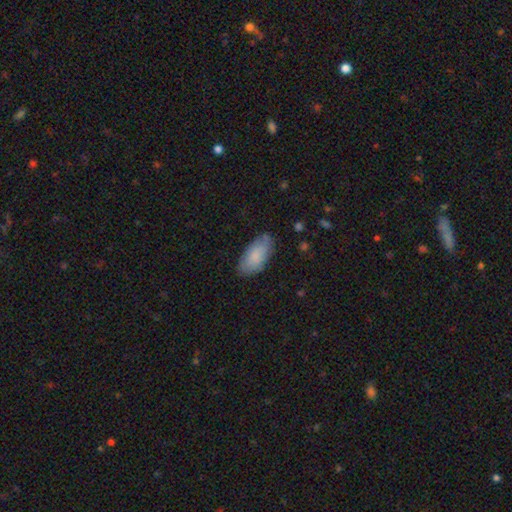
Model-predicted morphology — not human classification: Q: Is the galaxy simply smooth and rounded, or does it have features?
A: smooth — 82%.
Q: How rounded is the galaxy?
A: in between — 92%.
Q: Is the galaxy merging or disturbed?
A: none — 75%.